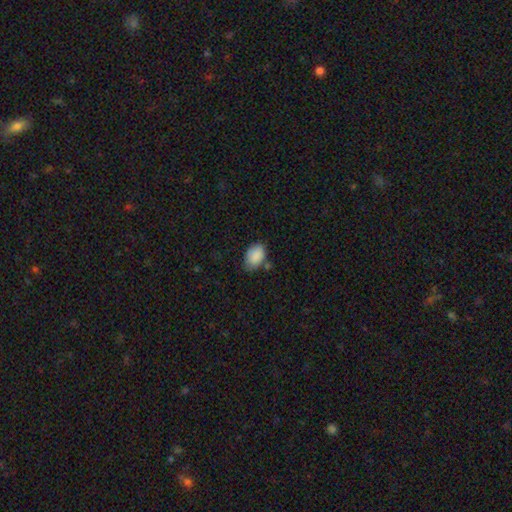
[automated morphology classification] Smooth or featured? Predicted: smooth (p=0.87). How rounded? Predicted: in between (p=0.86). Merging? Predicted: none (p=0.61).